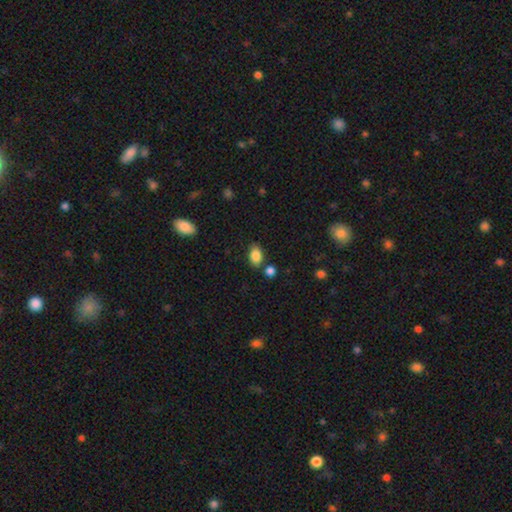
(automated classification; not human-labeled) Q: Smooth or featured?
A: smooth (86%); runner-up: star or artifact (9%)
Q: How rounded?
A: in between (85%); runner-up: round (13%)
Q: Merging?
A: none (73%); runner-up: minor disturbance (13%)